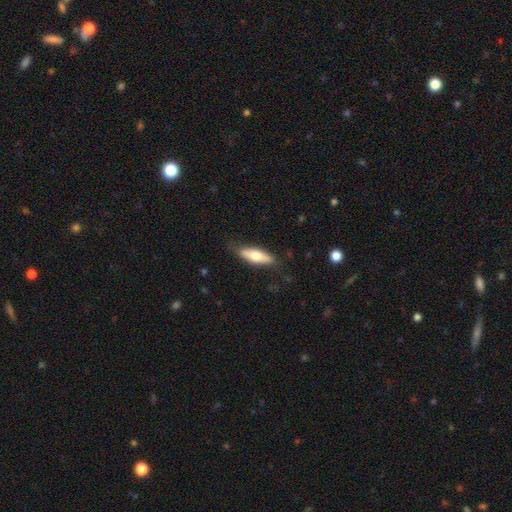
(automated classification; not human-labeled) Smooth or featured? smooth (64%)
How rounded? in between (53%)
Merging? none (78%)